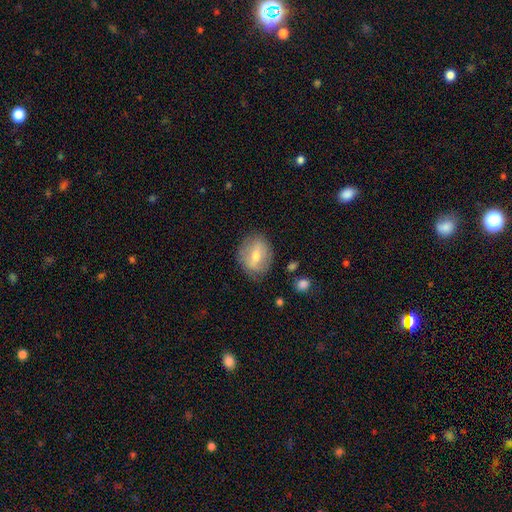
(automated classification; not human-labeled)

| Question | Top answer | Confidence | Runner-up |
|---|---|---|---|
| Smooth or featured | smooth | 49% | featured or disk (43%) |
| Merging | none | 79% | minor disturbance (15%) |